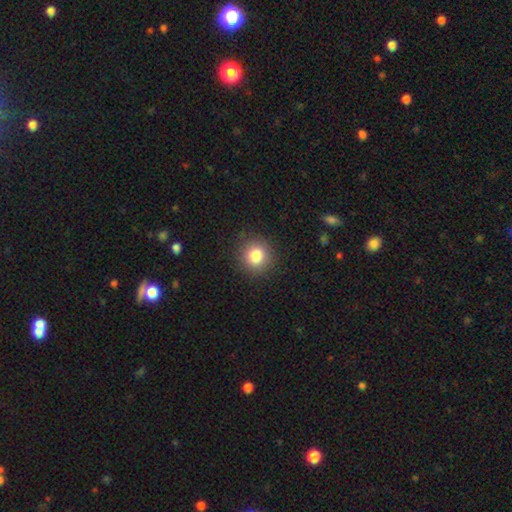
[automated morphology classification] The model was most divided on "smooth or featured": smooth: 83%, star or artifact: 10%, featured or disk: 6%. More confident: how rounded — round (90%); merging — none (90%).